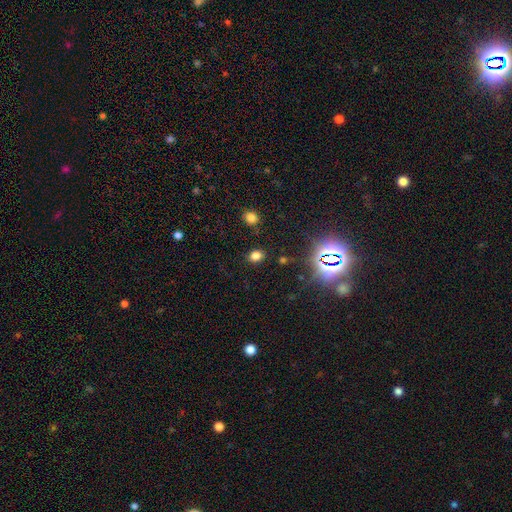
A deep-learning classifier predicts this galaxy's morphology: Overall: smooth (73%). How rounded: in between (63%; round 36%). Merging: none (85%).